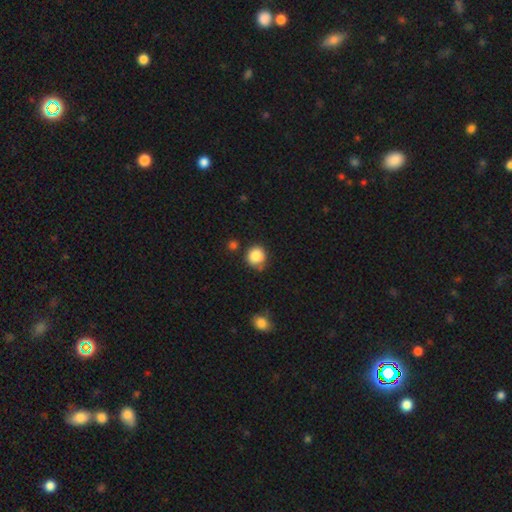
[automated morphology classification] Q: Smooth or featured?
A: smooth (85%); runner-up: star or artifact (10%)
Q: How rounded?
A: round (90%); runner-up: in between (9%)
Q: Merging?
A: none (71%); runner-up: minor disturbance (18%)